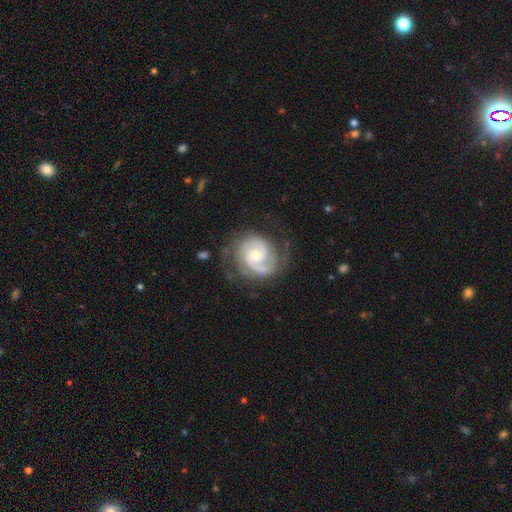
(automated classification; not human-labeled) Q: Smooth or featured?
A: featured or disk (88%); runner-up: smooth (7%)
Q: Edge-on disk?
A: no (98%); runner-up: yes (2%)
Q: Bar?
A: no (65%); runner-up: weak (30%)
Q: Spiral arms?
A: yes (97%); runner-up: no (3%)
Q: Spiral winding?
A: tight (55%); runner-up: medium (36%)
Q: Spiral arm count?
A: 2 (72%); runner-up: 3 (9%)
Q: Bulge size?
A: small (50%); runner-up: moderate (46%)
Q: Merging?
A: none (69%); runner-up: minor disturbance (19%)